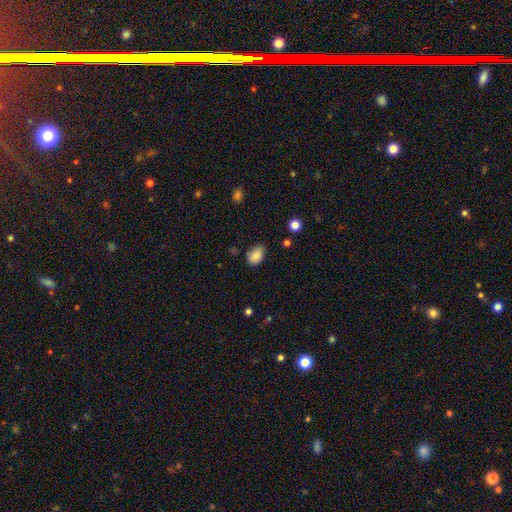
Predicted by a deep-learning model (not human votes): Smooth or featured? Predicted: smooth (p=0.87). How rounded? Predicted: in between (p=0.88). Merging? Predicted: none (p=0.74).